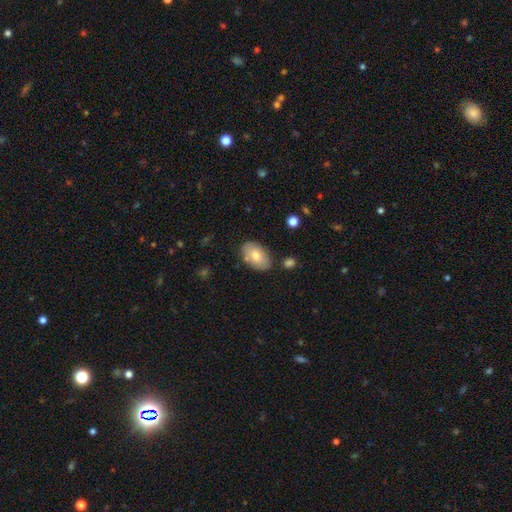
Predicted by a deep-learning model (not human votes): A smooth galaxy with no disk features (74%) that is in between round and cigar-shaped (91%).

Vote fractions:
- Smooth or featured? smooth: 74% / featured or disk: 19% / star or artifact: 7%
- How rounded? in between: 91% / round: 7% / cigar-shaped: 1%
- Merging? none: 79% / minor disturbance: 14% / merger: 4% / major disturbance: 3%